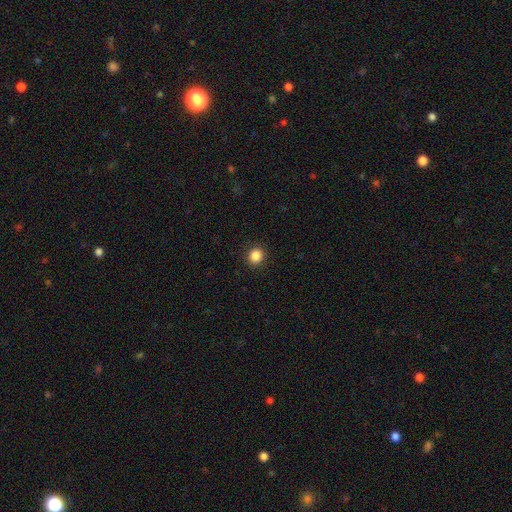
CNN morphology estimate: smooth 86%, star or artifact 11%, featured or disk 3%. Down the decision tree: how rounded — round (89%); merging — none (92%).